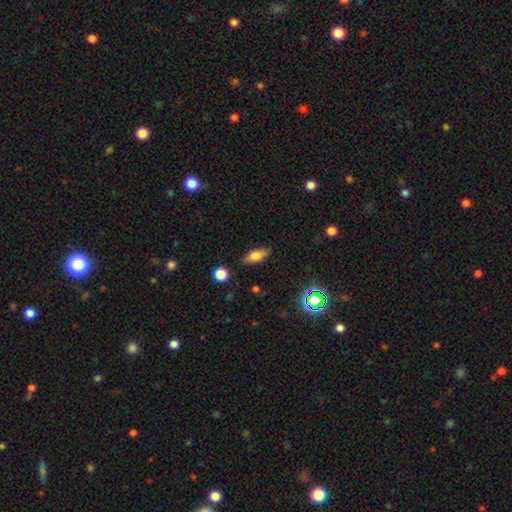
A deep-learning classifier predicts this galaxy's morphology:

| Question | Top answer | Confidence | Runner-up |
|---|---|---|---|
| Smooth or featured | smooth | 72% | featured or disk (18%) |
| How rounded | in between | 77% | cigar-shaped (18%) |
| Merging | none | 86% | minor disturbance (11%) |